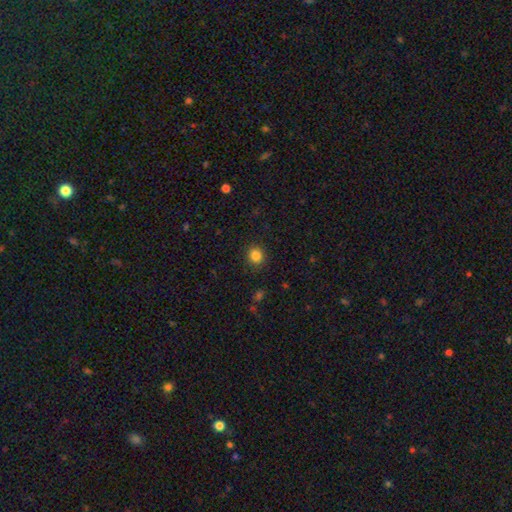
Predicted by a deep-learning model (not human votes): Q: Smooth or featured?
A: smooth (85%); runner-up: star or artifact (11%)
Q: How rounded?
A: round (86%); runner-up: in between (13%)
Q: Merging?
A: none (90%); runner-up: minor disturbance (7%)